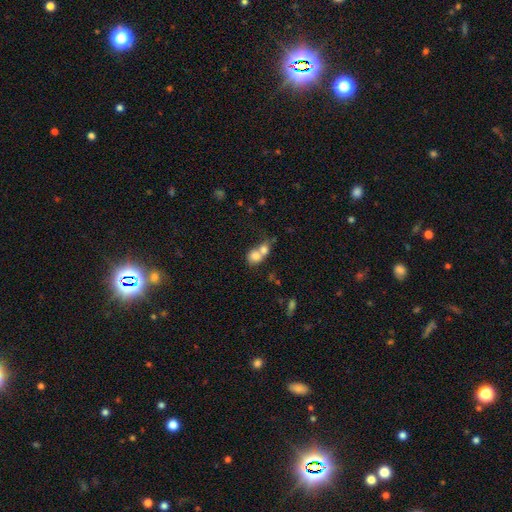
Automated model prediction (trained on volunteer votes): Q: Smooth or featured?
A: smooth (75%); runner-up: featured or disk (15%)
Q: How rounded?
A: round (59%); runner-up: in between (39%)
Q: Merging?
A: merger (71%); runner-up: none (20%)